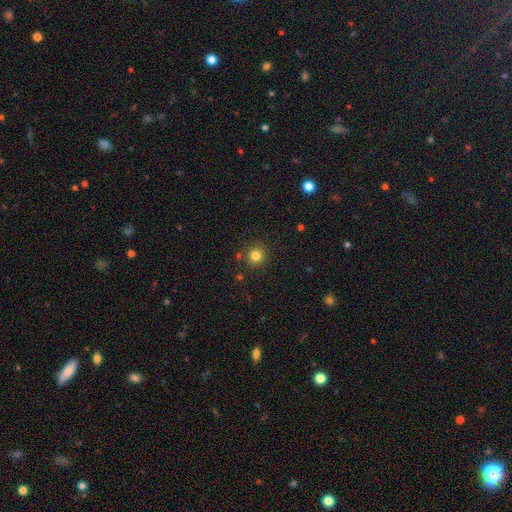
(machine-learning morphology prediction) Smooth or featured: smooth — 81% (star or artifact — 13%)
How rounded: round — 94% (in between — 6%)
Merging: none — 87% (minor disturbance — 7%)